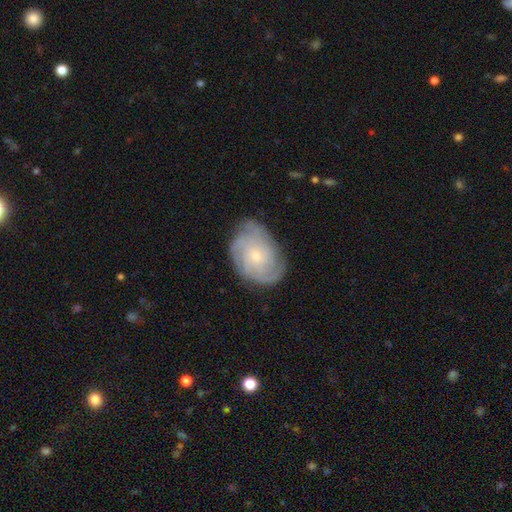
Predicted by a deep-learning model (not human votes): Smooth or featured? Predicted: featured or disk (p=0.73). Edge-on disk? Predicted: no (p=0.97). Bar? Predicted: no (p=0.79). Spiral arms? Predicted: yes (p=0.93). Spiral winding? Predicted: tight (p=0.63). Spiral arm count? Predicted: can't tell (p=0.39). Bulge size? Predicted: small (p=0.70). Merging? Predicted: none (p=0.74).